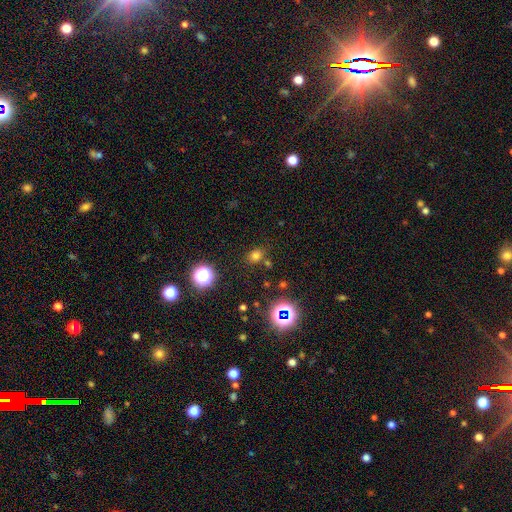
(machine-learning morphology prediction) A smooth galaxy with no disk features (70%) that is round (52%). Merging: none (76%).